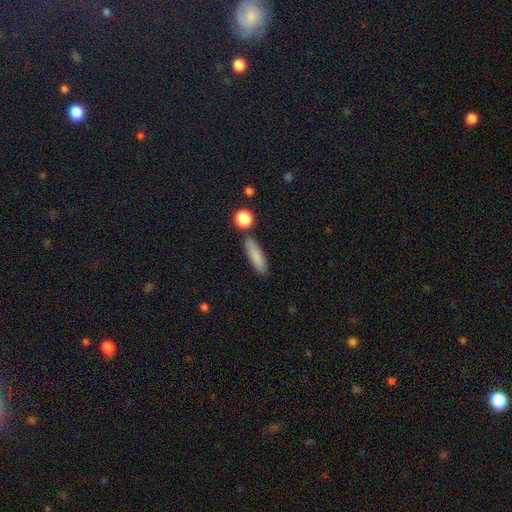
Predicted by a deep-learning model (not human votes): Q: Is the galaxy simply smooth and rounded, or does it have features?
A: smooth — 84%.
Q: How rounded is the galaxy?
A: cigar-shaped — 59%.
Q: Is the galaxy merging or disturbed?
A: none — 81%.